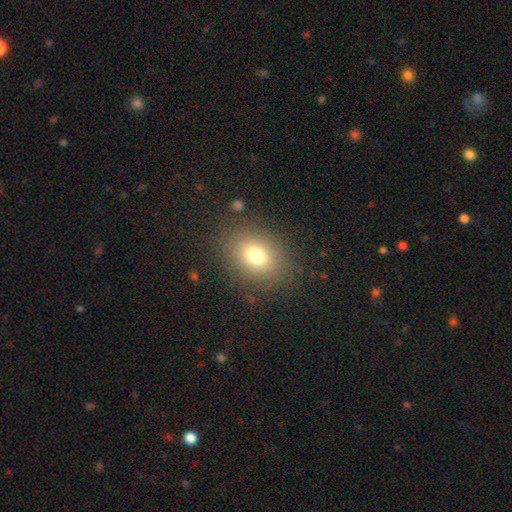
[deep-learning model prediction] Smooth or featured?
  - smooth: 75% *
  - star or artifact: 15%
  - featured or disk: 11%
How rounded?
  - in between: 51% *
  - round: 48%
  - cigar-shaped: 1%
Merging?
  - none: 84% *
  - minor disturbance: 10%
  - major disturbance: 5%
  - merger: 1%